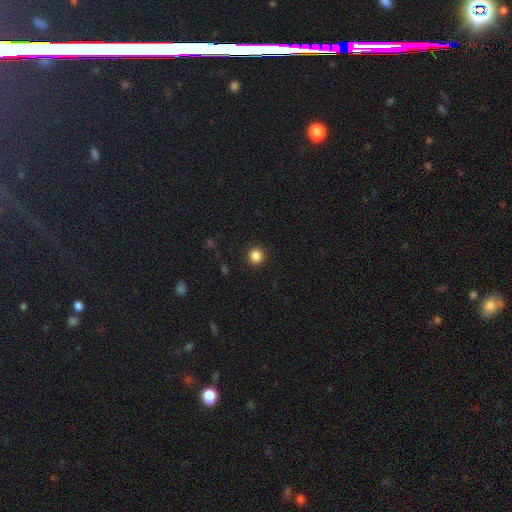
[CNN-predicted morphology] Q: Smooth or featured?
A: smooth (86%); runner-up: star or artifact (11%)
Q: How rounded?
A: round (92%); runner-up: in between (7%)
Q: Merging?
A: none (92%); runner-up: minor disturbance (5%)